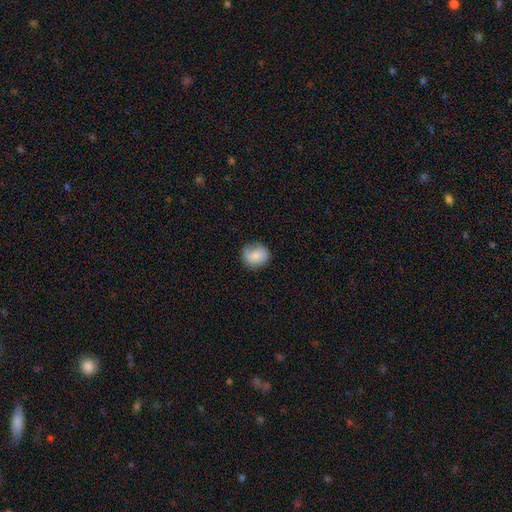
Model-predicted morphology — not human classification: Smooth or featured?
  - smooth: 79% *
  - featured or disk: 13%
  - star or artifact: 8%
How rounded?
  - round: 72% *
  - in between: 27%
  - cigar-shaped: 1%
Merging?
  - none: 69% *
  - minor disturbance: 22%
  - major disturbance: 7%
  - merger: 1%